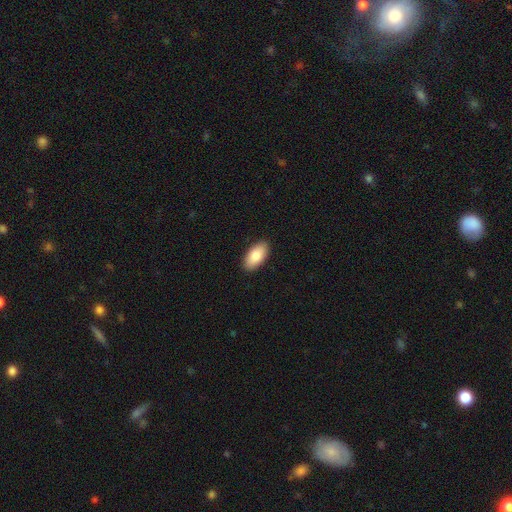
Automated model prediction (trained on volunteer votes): smooth-or-featured: smooth: 83% | featured or disk: 11% | star or artifact: 6%
  how-rounded: in between: 94% | cigar-shaped: 4% | round: 2%
  merging: none: 90% | minor disturbance: 7% | major disturbance: 2% | merger: 1%